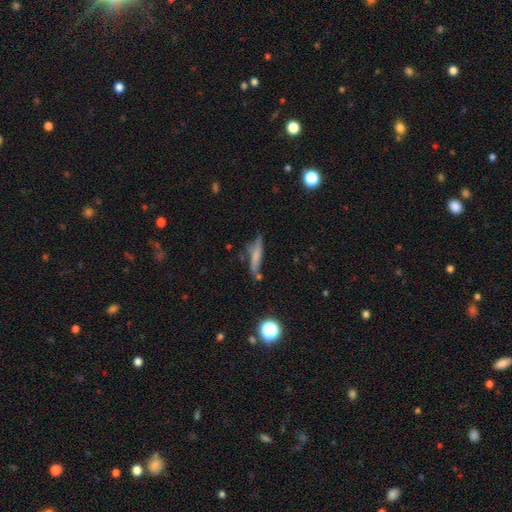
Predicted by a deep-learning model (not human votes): smooth-or-featured: smooth: 61% | featured or disk: 29% | star or artifact: 10%
  how-rounded: cigar-shaped: 80% | in between: 17% | round: 3%
  merging: none: 59% | minor disturbance: 25% | merger: 9% | major disturbance: 8%